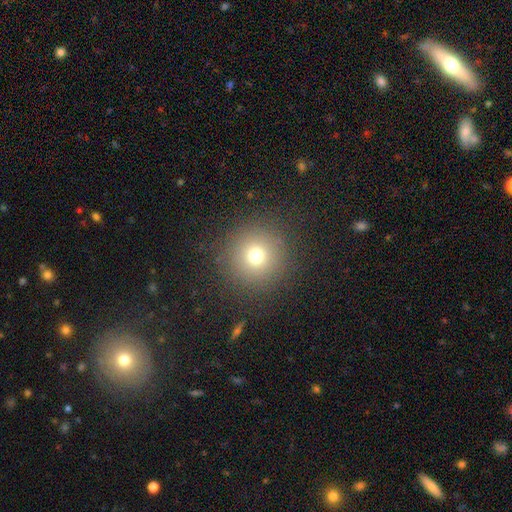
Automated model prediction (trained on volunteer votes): A smooth galaxy with no disk features (72%) that is round (96%).

Vote fractions:
- Smooth or featured? smooth: 72% / star or artifact: 18% / featured or disk: 10%
- How rounded? round: 96% / in between: 4% / cigar-shaped: 1%
- Merging? none: 89% / minor disturbance: 6% / major disturbance: 4% / merger: 1%